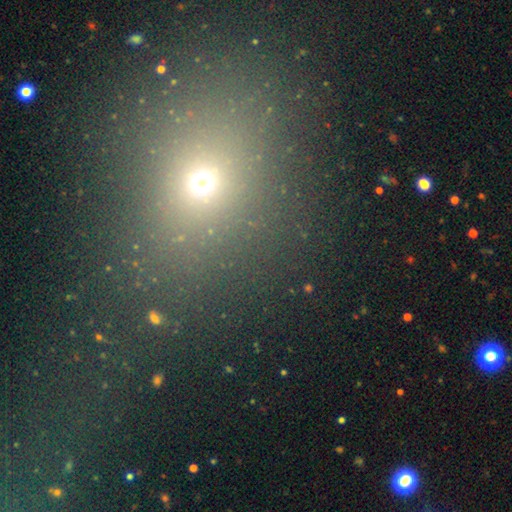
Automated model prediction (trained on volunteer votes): Smooth or featured? smooth (50%)
How rounded? round (57%)
Merging? none (74%)